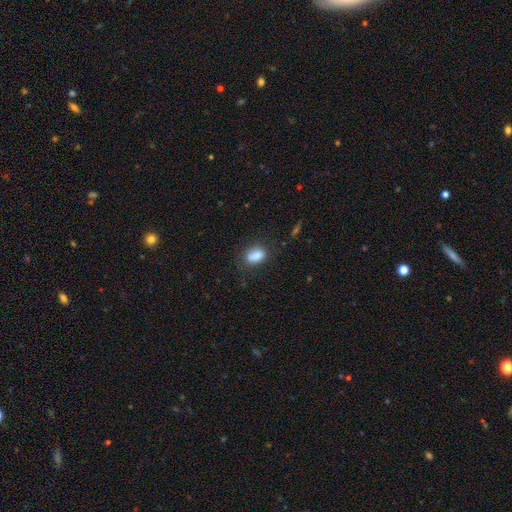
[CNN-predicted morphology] Smooth or featured: smooth — 86% (star or artifact — 9%)
How rounded: in between — 85% (round — 12%)
Merging: none — 74% (minor disturbance — 18%)